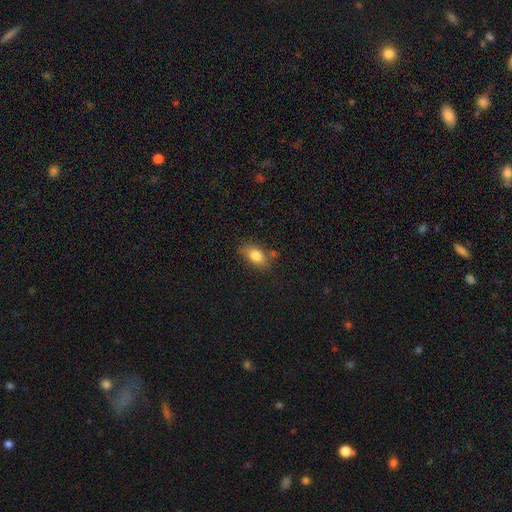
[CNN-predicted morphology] Smooth or featured?
  - smooth: 82% *
  - featured or disk: 9%
  - star or artifact: 8%
How rounded?
  - in between: 86% *
  - round: 10%
  - cigar-shaped: 4%
Merging?
  - none: 72% *
  - minor disturbance: 18%
  - merger: 6%
  - major disturbance: 4%